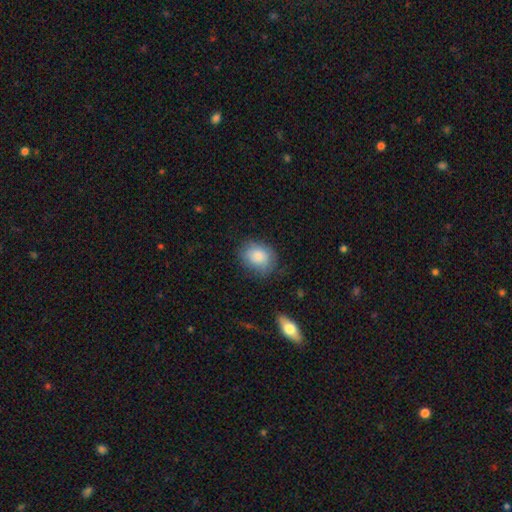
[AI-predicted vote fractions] This is clearly a smooth galaxy (82%). How rounded: possibly round (51%). Merging: likely none (73%).